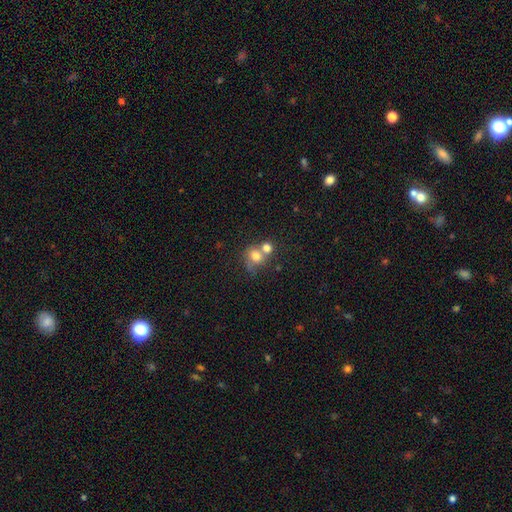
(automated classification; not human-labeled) A smooth galaxy with no disk features (73%) that is round (72%). Merging: merger (55%).